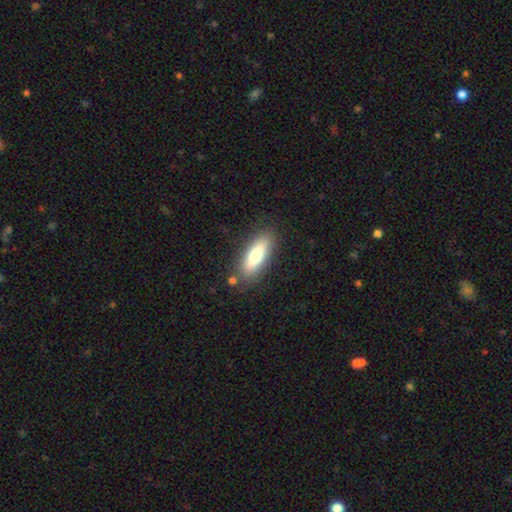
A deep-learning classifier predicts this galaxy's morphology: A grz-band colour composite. It shows a smooth galaxy with no disk features (69%) that is in between round and cigar-shaped (60%). Merging: none (83%).